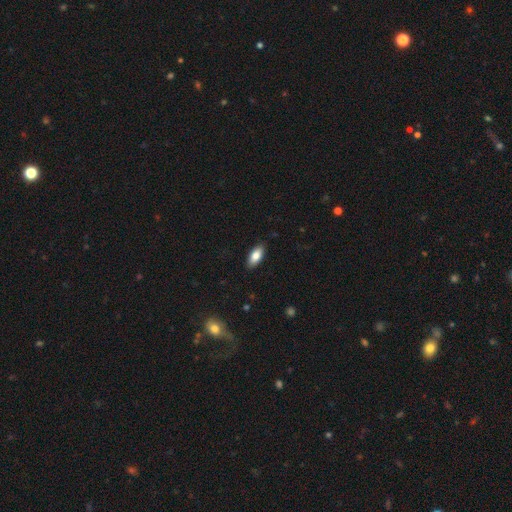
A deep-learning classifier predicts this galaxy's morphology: Smooth or featured? smooth (82%)
How rounded? in between (87%)
Merging? none (88%)